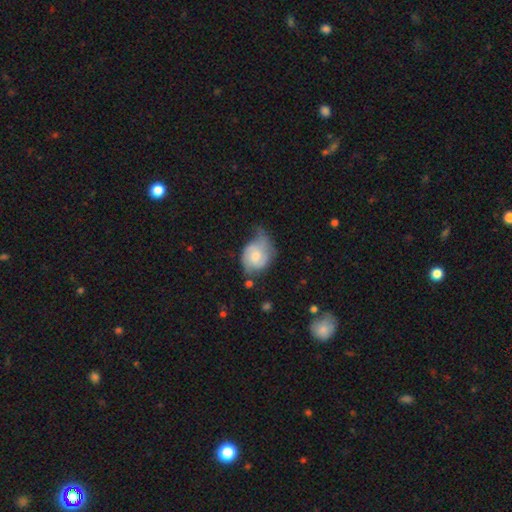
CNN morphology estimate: A featured or disk galaxy (54%) with no bar (69%), spiral arms (82%) and a moderate central bulge (53%).

Vote fractions:
- Smooth or featured? featured or disk: 54% / smooth: 39% / star or artifact: 7%
- Edge-on disk? no: 97% / yes: 3%
- Bar? no: 69% / weak: 27% / strong: 4%
- Spiral arms? yes: 82% / no: 18%
- Bulge size? moderate: 53% / small: 36% / large: 6% / none: 4% / dominant: 1%
- Merging? minor disturbance: 40% / none: 32% / major disturbance: 23% / merger: 5%